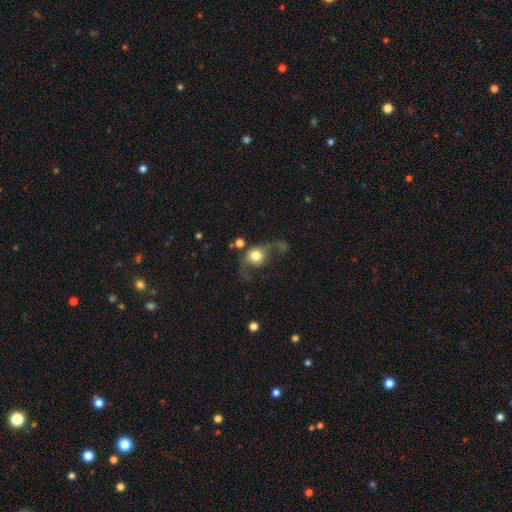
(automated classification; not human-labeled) Smooth or featured: smooth — 50% (featured or disk — 41%)
Merging: major disturbance — 40% (none — 34%)